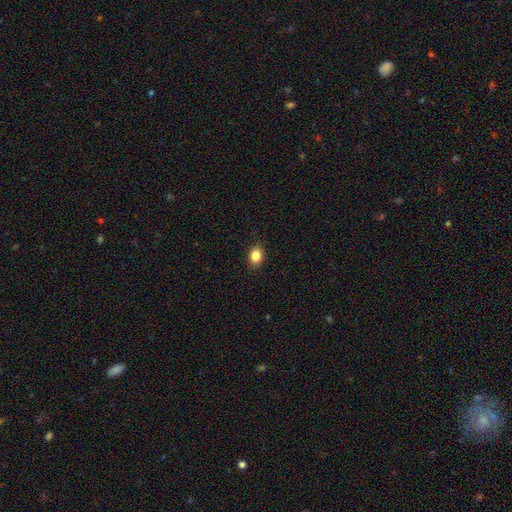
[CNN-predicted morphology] This appears to be a smooth galaxy with no disk features (85%) that is in between round and cigar-shaped (67%). Merging: none (89%).